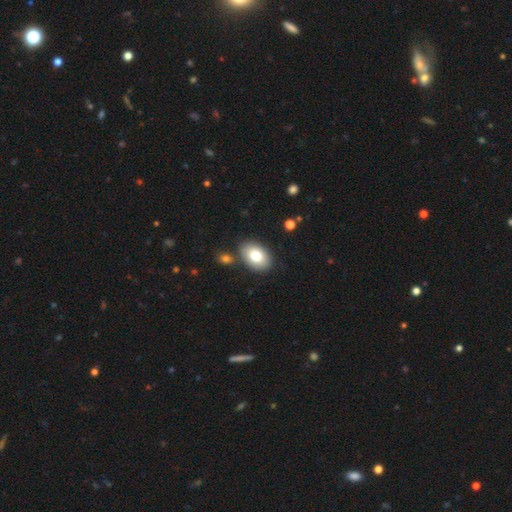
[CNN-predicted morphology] Overall: smooth (79%). How rounded: in between (86%). Merging: none (82%).